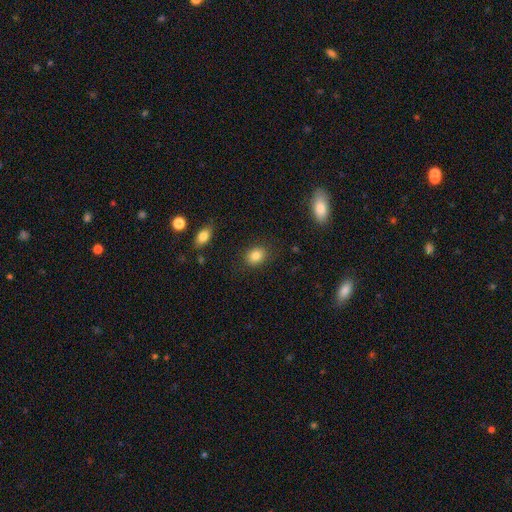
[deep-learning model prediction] Q: Smooth or featured?
A: smooth (85%); runner-up: star or artifact (9%)
Q: How rounded?
A: in between (52%); runner-up: round (47%)
Q: Merging?
A: none (86%); runner-up: minor disturbance (9%)